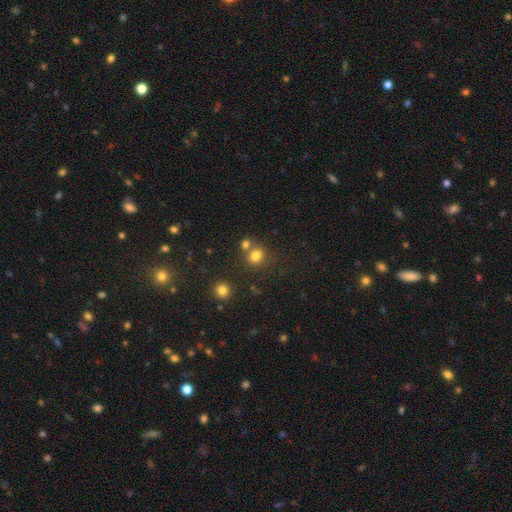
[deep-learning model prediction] A smooth galaxy with no disk features (77%) that is round (76%).

Vote fractions:
- Smooth or featured? smooth: 77% / star or artifact: 15% / featured or disk: 7%
- How rounded? round: 76% / in between: 23% / cigar-shaped: 1%
- Merging? none: 60% / merger: 27% / minor disturbance: 10% / major disturbance: 4%